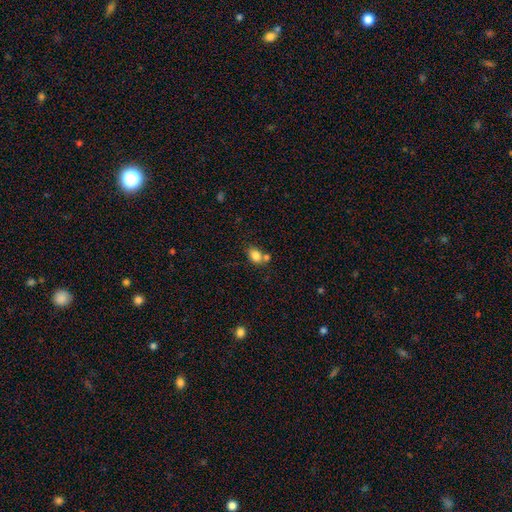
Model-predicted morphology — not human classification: The model was most divided on "merging": none: 54%, merger: 29%, minor disturbance: 13%, major disturbance: 4%. More confident: smooth or featured — smooth (82%); how rounded — in between (64%).